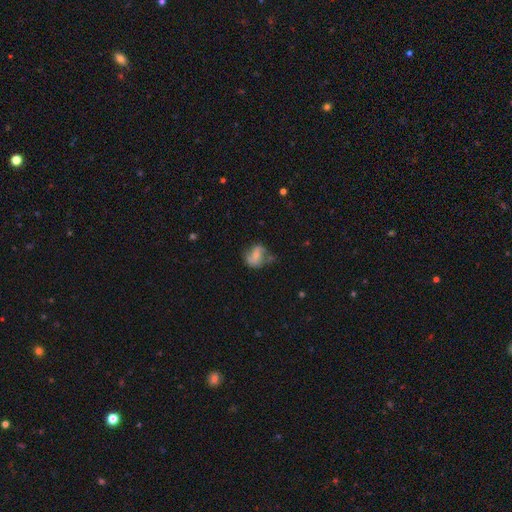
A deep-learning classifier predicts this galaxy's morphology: Smooth or featured? Predicted: featured or disk (p=0.58). Edge-on disk? Predicted: no (p=0.97). Bar? Predicted: no (p=0.45). Spiral arms? Predicted: yes (p=0.82). Bulge size? Predicted: small (p=0.49). Merging? Predicted: none (p=0.50).